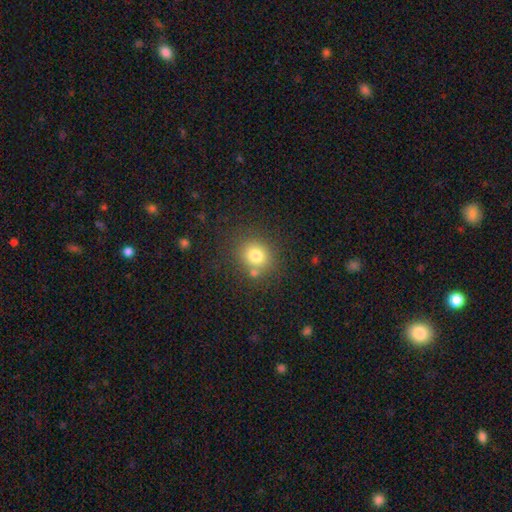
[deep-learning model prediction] Smooth or featured: smooth — 77% (star or artifact — 14%)
How rounded: round — 83% (in between — 16%)
Merging: none — 72% (merger — 13%)